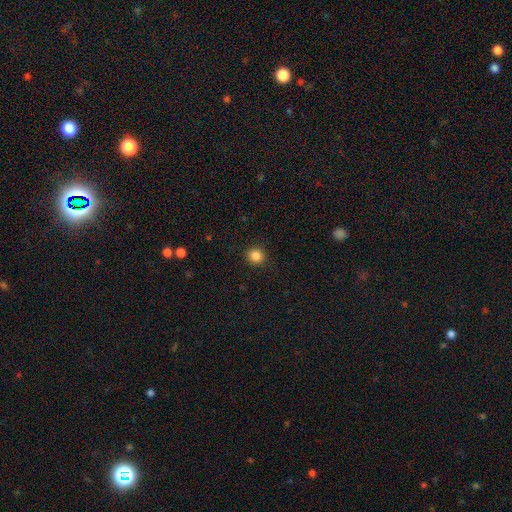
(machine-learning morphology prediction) type=smooth (85%); roundness=round (89%); merging=none (92%).